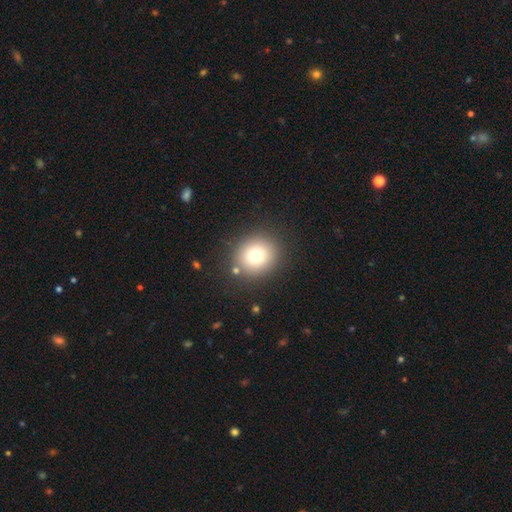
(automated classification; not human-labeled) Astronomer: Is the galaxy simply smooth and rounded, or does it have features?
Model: smooth — 75%.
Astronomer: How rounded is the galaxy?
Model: round — 82%.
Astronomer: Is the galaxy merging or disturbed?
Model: none — 86%.